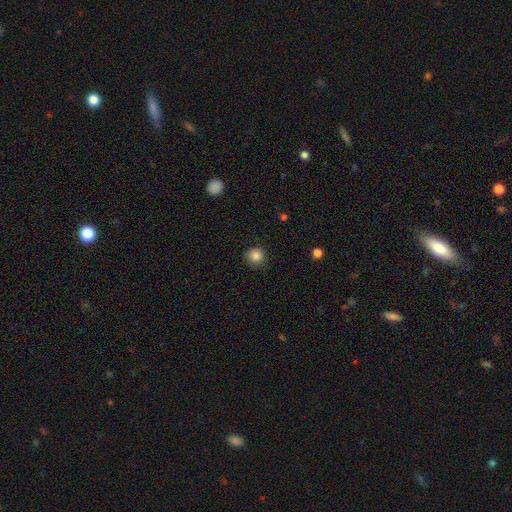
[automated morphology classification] Smooth or featured: smooth — 85% (star or artifact — 11%)
How rounded: round — 93% (in between — 7%)
Merging: none — 89% (minor disturbance — 8%)